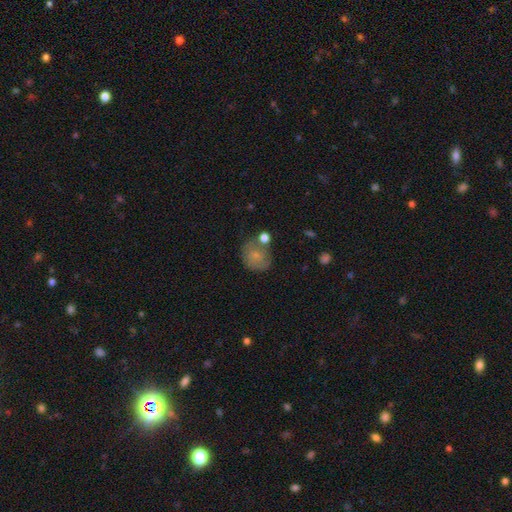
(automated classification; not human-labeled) Smooth or featured? smooth (66%)
How rounded? round (71%)
Merging? none (52%)